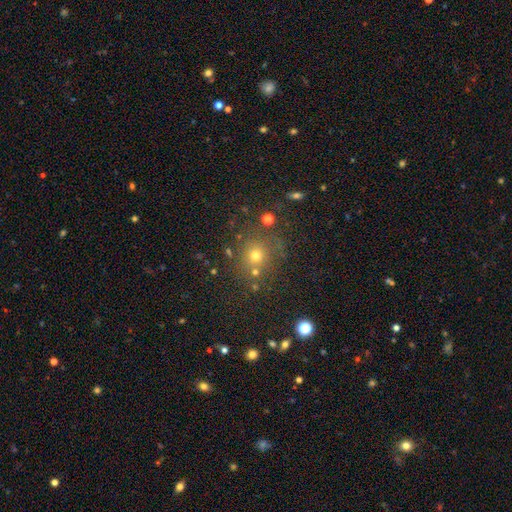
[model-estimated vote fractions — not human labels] Smooth or featured: smooth — 66% (star or artifact — 24%)
How rounded: round — 85% (in between — 14%)
Merging: none — 75% (minor disturbance — 12%)